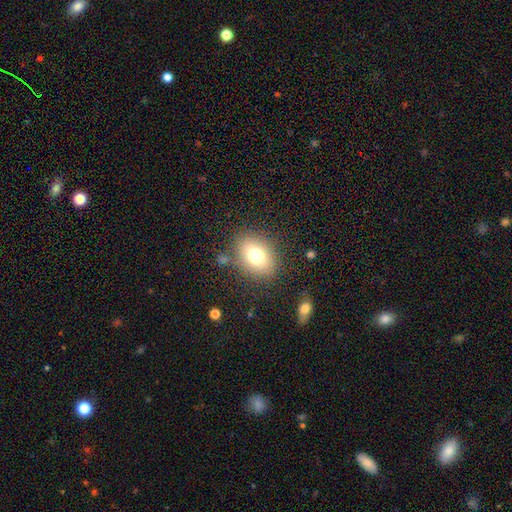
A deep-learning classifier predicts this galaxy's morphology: smooth-or-featured: smooth: 76% | featured or disk: 13% | star or artifact: 11%
  how-rounded: in between: 65% | round: 34% | cigar-shaped: 1%
  merging: none: 79% | minor disturbance: 12% | major disturbance: 5% | merger: 3%